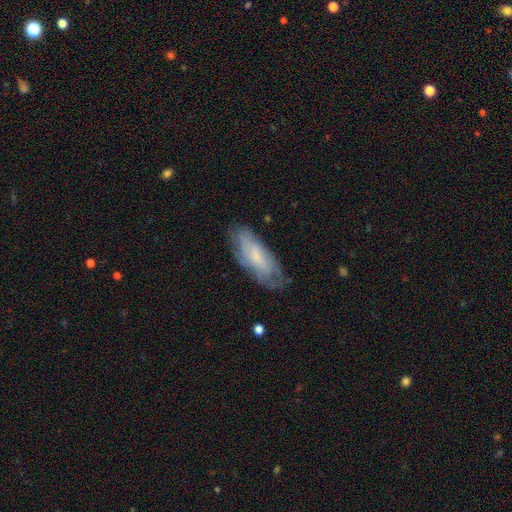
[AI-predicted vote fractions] The model was most divided on "smooth or featured": smooth: 50%, featured or disk: 43%, star or artifact: 8%. More confident: merging — none (68%).